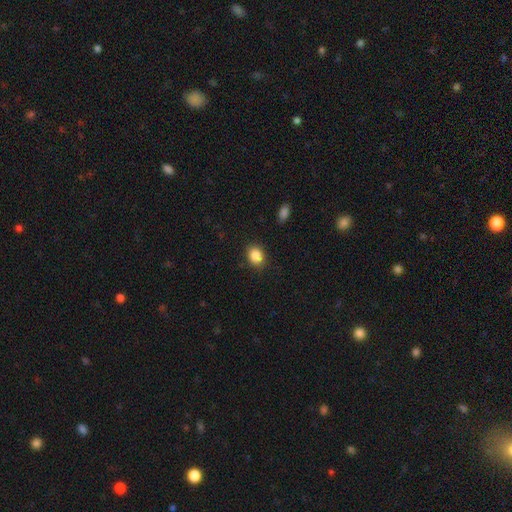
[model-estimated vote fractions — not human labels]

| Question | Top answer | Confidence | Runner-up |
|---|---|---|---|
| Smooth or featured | smooth | 87% | star or artifact (9%) |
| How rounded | in between | 60% | round (39%) |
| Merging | none | 87% | minor disturbance (10%) |